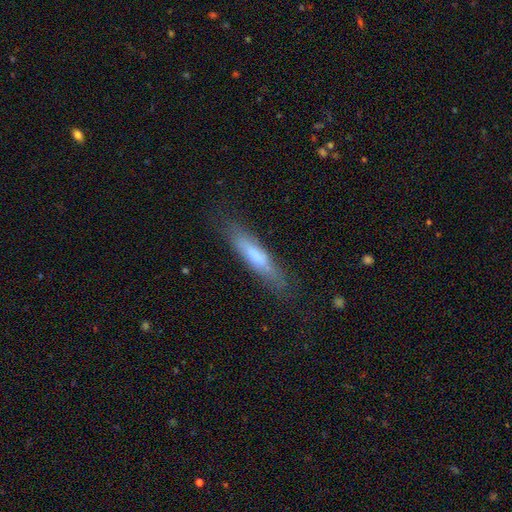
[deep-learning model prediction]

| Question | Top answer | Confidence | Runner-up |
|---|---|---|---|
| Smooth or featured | smooth | 64% | featured or disk (29%) |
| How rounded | cigar-shaped | 83% | in between (16%) |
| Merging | none | 76% | minor disturbance (17%) |